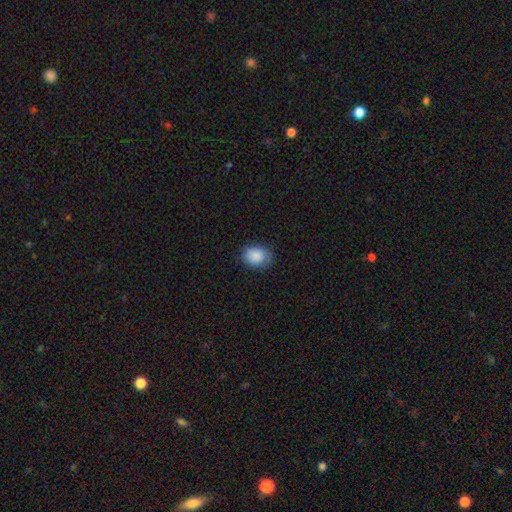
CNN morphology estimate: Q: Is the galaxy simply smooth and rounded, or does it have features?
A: smooth — 87%.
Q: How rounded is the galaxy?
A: in between — 60%.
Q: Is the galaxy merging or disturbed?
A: none — 75%.